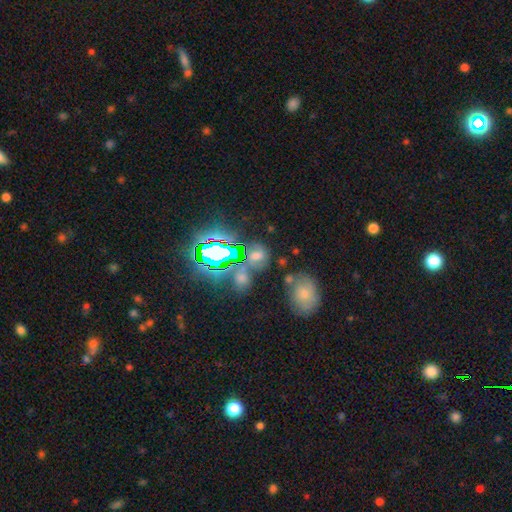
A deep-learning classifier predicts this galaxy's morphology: The model was most divided on "smooth or featured": star or artifact: 45%, smooth: 38%, featured or disk: 17%.